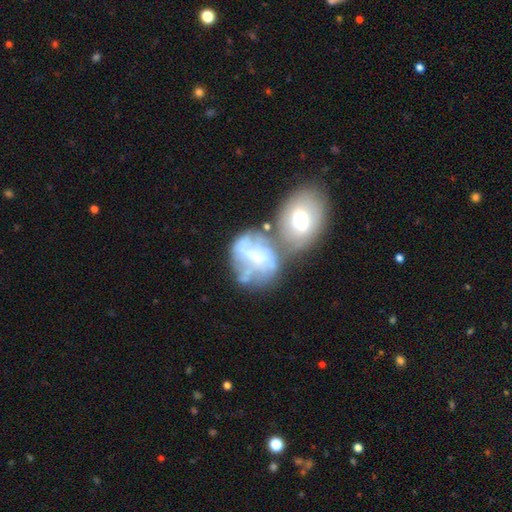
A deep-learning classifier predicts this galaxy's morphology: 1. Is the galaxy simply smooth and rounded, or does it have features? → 64% featured or disk, 25% smooth, 10% star or artifact.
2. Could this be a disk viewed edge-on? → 96% no, 4% yes.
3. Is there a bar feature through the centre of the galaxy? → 44% no, 35% weak, 21% strong.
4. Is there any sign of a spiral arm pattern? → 53% no, 47% yes.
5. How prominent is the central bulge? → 36% small, 32% moderate, 25% none, 5% large, 2% dominant.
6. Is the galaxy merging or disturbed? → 44% merger, 24% none, 19% major disturbance, 14% minor disturbance.